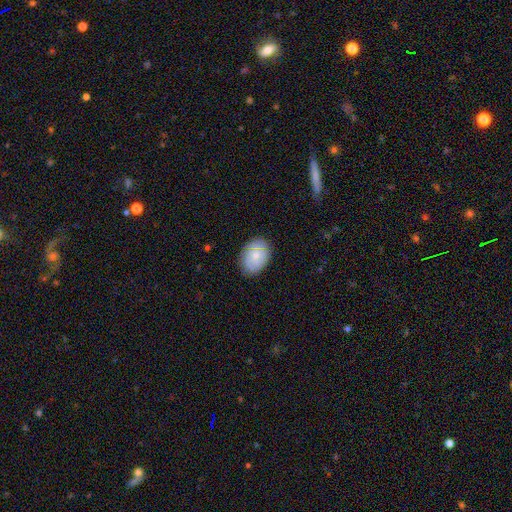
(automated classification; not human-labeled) Smooth or featured? Predicted: smooth (p=0.57). How rounded? Predicted: in between (p=0.75). Merging? Predicted: none (p=0.80).